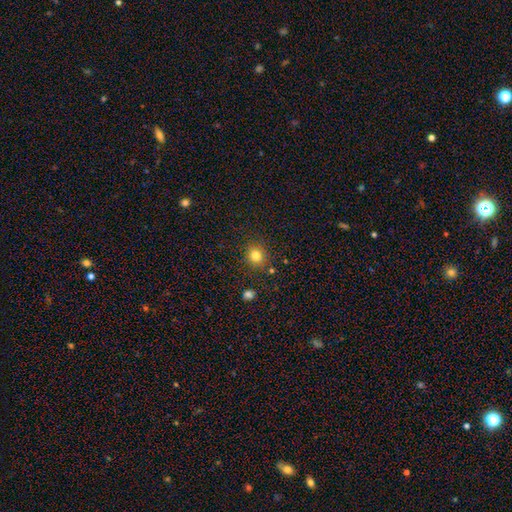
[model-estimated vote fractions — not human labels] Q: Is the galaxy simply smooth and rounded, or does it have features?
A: smooth — 80%.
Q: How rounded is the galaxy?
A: round — 84%.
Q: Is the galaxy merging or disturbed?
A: none — 84%.